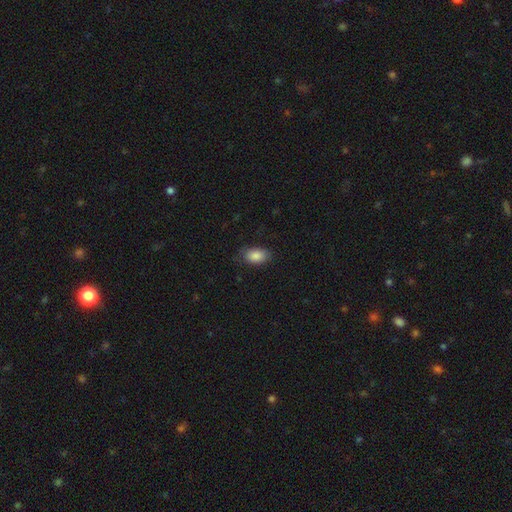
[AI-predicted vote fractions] This appears to be a smooth galaxy with no disk features (86%) that is in between round and cigar-shaped (91%). Merging: none (76%).